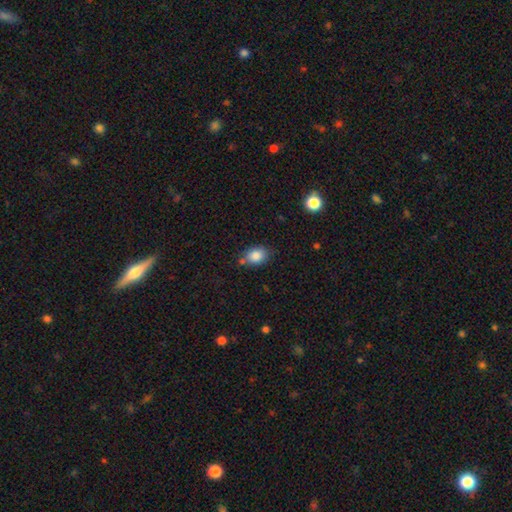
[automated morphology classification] Q: Smooth or featured?
A: smooth (85%); runner-up: star or artifact (9%)
Q: How rounded?
A: in between (64%); runner-up: round (34%)
Q: Merging?
A: none (71%); runner-up: minor disturbance (17%)